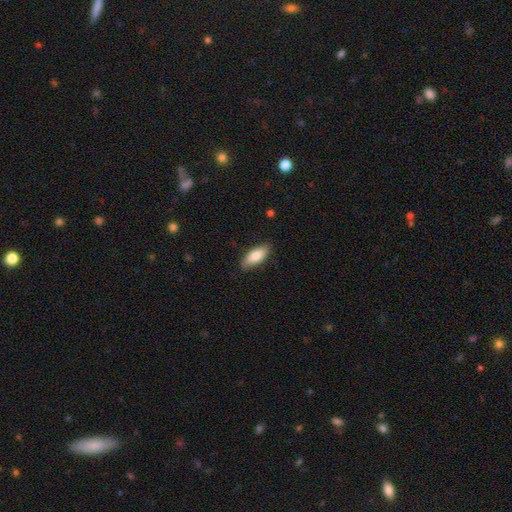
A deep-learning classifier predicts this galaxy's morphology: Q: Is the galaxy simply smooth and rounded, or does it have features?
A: smooth — 82%.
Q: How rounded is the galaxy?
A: in between — 78%.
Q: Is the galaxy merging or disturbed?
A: none — 83%.